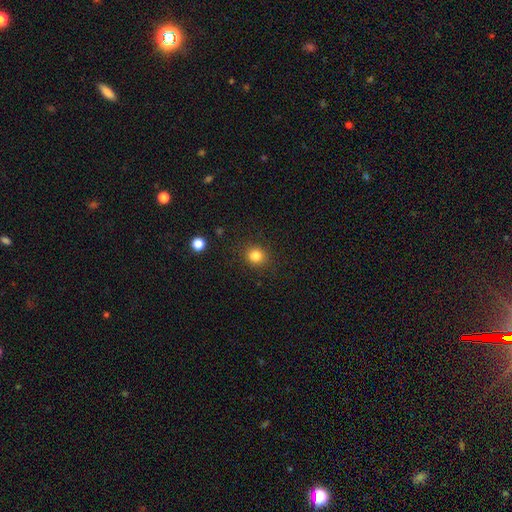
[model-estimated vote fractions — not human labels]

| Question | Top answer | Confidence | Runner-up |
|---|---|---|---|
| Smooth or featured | smooth | 82% | star or artifact (13%) |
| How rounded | round | 80% | in between (19%) |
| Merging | none | 86% | minor disturbance (9%) |